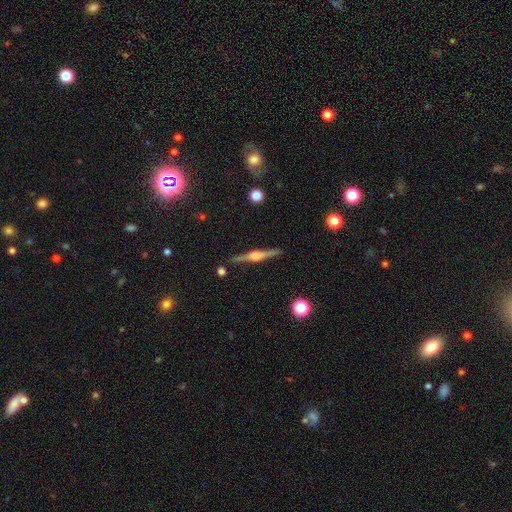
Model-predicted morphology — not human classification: smooth-or-featured: featured or disk: 79% | smooth: 15% | star or artifact: 6%
  disk-edge-on: yes: 98% | no: 2%
    edge-on-bulge: rounded: 68% | boxy: 27% | none: 5%
  merging: none: 90% | minor disturbance: 7% | major disturbance: 2% | merger: 1%